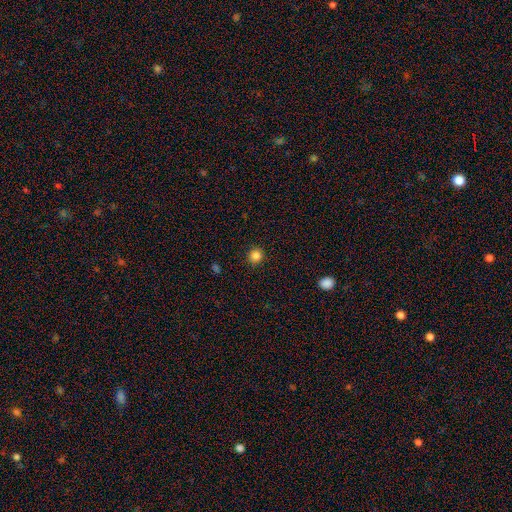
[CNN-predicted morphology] smooth-or-featured: smooth: 85% | star or artifact: 12% | featured or disk: 4%
  how-rounded: round: 93% | in between: 6% | cigar-shaped: 1%
  merging: none: 92% | minor disturbance: 5% | major disturbance: 2% | merger: 1%